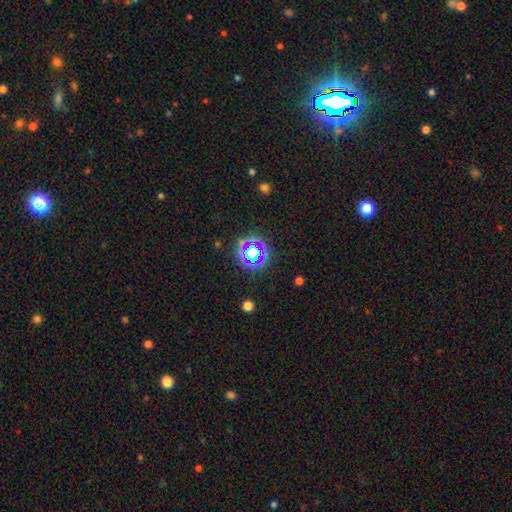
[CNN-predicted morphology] A star or artifact, not a galaxy (56%).